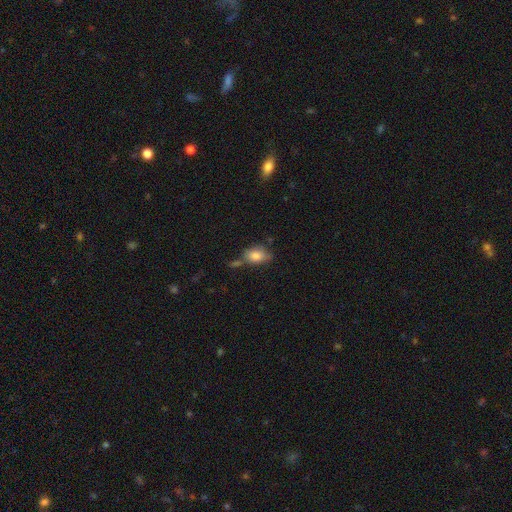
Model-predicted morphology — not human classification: Smooth or featured?
  - smooth: 79% *
  - featured or disk: 13%
  - star or artifact: 8%
How rounded?
  - in between: 80% *
  - round: 17%
  - cigar-shaped: 3%
Merging?
  - none: 53% *
  - minor disturbance: 24%
  - merger: 16%
  - major disturbance: 8%